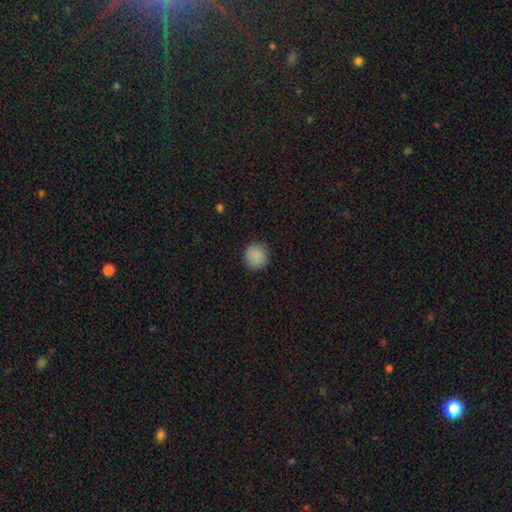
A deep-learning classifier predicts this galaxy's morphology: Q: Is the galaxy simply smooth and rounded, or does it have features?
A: smooth — 88%.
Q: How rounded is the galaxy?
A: round — 91%.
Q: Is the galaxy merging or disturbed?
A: none — 88%.